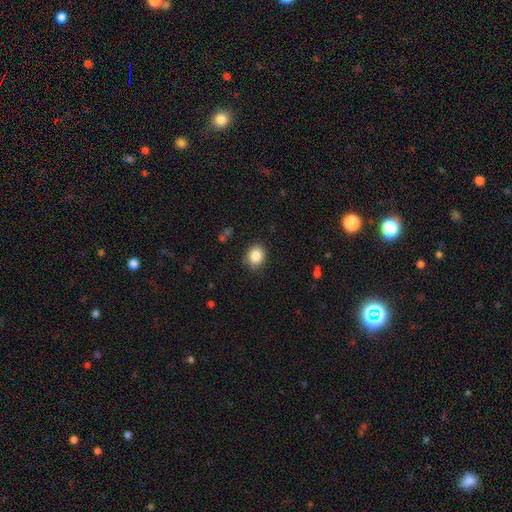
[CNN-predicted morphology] This appears to be a smooth galaxy with no disk features (86%) that is round (61%). Merging: none (83%).